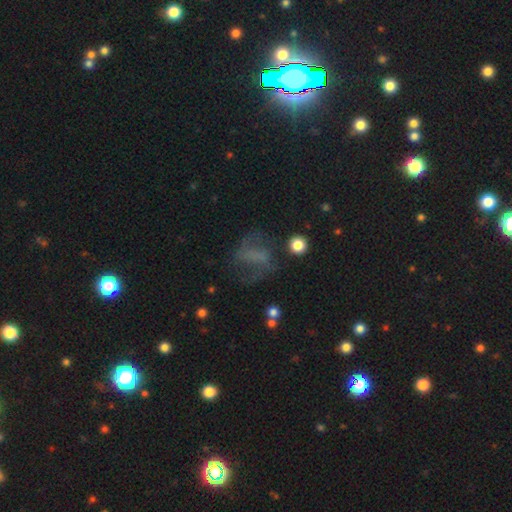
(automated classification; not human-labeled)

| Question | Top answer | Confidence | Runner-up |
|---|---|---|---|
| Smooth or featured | featured or disk | 48% | smooth (31%) |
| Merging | none | 55% | major disturbance (22%) |